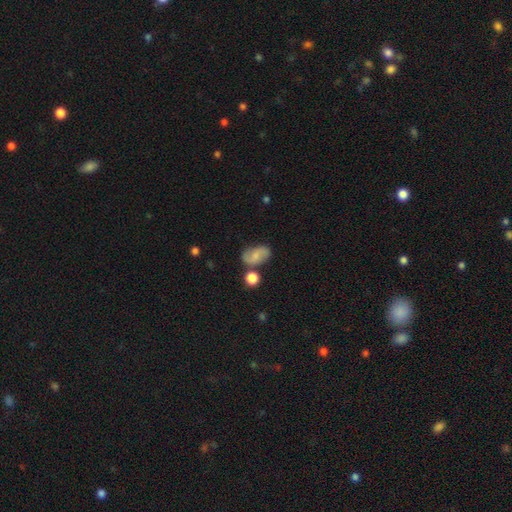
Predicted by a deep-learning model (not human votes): Morphology: type=featured or disk (46%, tied with smooth); merging=none (65%).